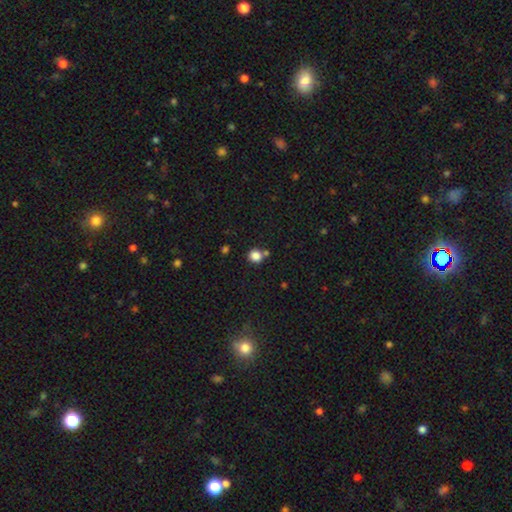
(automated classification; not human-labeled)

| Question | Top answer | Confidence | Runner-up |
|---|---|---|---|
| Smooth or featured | smooth | 83% | star or artifact (12%) |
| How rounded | round | 84% | in between (15%) |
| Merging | none | 70% | merger (17%) |